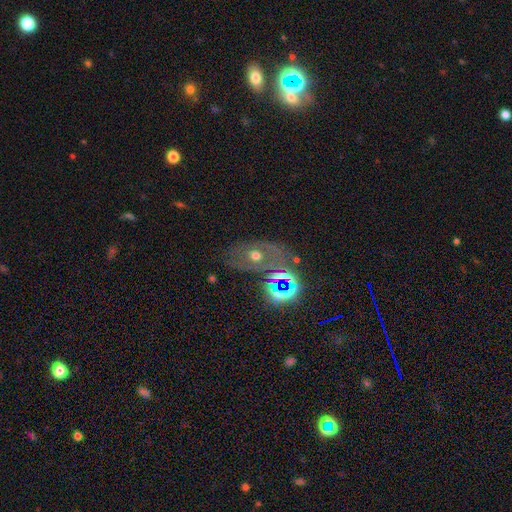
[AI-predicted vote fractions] Smooth or featured? Predicted: featured or disk (p=0.45). Merging? Predicted: none (p=0.68).